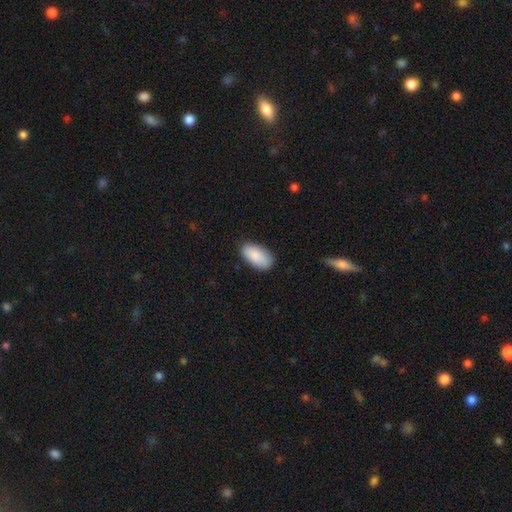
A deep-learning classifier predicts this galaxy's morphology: Smooth or featured? Predicted: smooth (p=0.89). How rounded? Predicted: in between (p=0.95). Merging? Predicted: none (p=0.84).